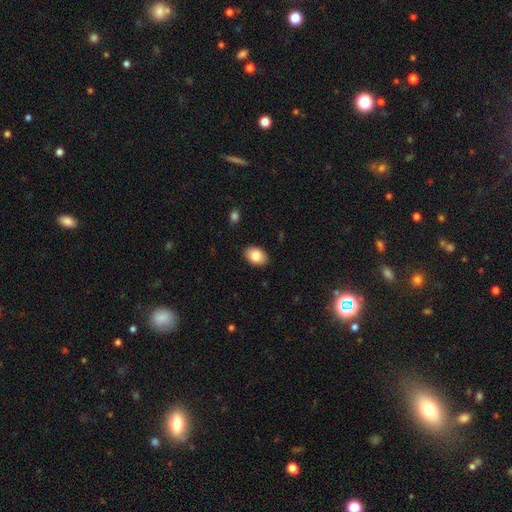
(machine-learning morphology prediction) smooth 86%, star or artifact 7%, featured or disk 7%. Down the decision tree: how rounded — in between (84%); merging — none (89%).